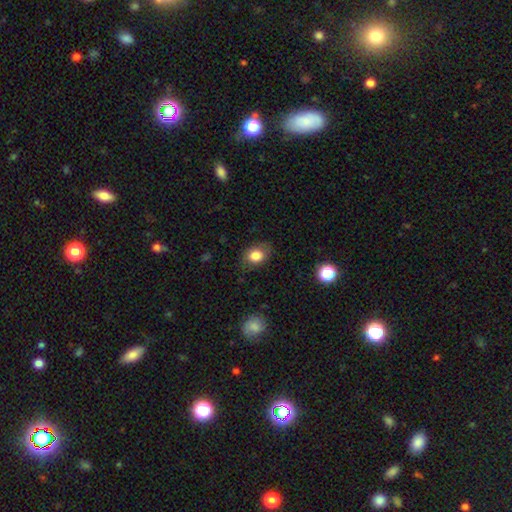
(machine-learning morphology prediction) Smooth or featured: smooth — 81% (featured or disk — 9%)
How rounded: in between — 67% (round — 32%)
Merging: none — 77% (minor disturbance — 17%)